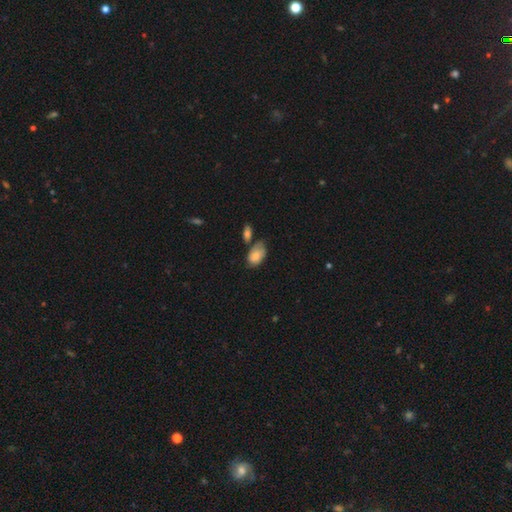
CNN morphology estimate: Overall: smooth (73%). How rounded: in between (89%). Merging: none (48%; minor disturbance 28%).